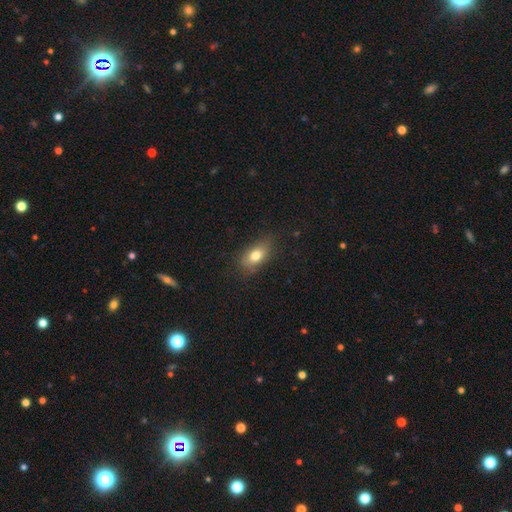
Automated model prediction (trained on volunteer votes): Smooth or featured: smooth — 77% (featured or disk — 14%)
How rounded: in between — 84% (round — 9%)
Merging: none — 79% (minor disturbance — 16%)